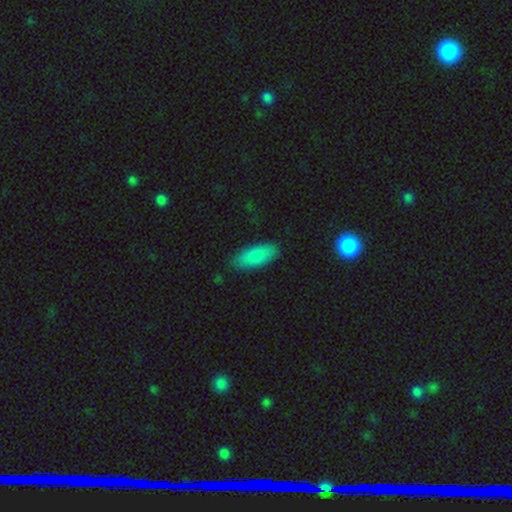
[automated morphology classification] type=smooth (85%); roundness=in between (83%); merging=none (84%).